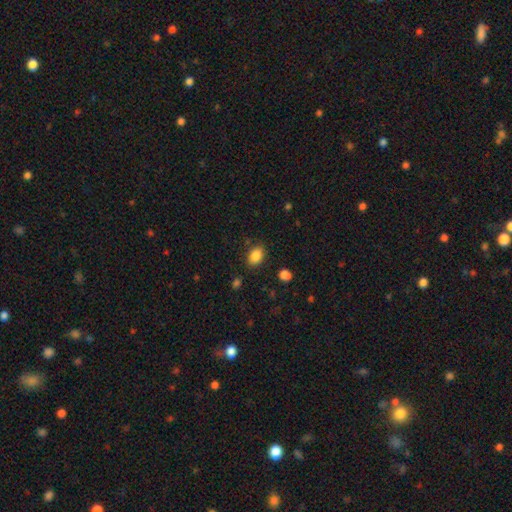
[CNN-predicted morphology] Overall: smooth (86%). How rounded: in between (81%). Merging: none (82%).